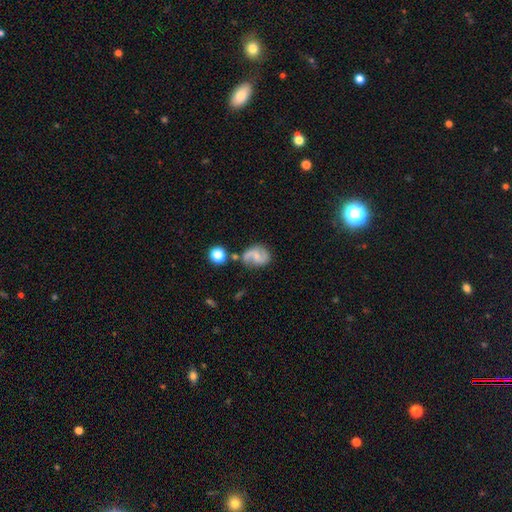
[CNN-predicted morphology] Smooth or featured: featured or disk — 72% (smooth — 20%)
Edge-on disk: no — 98% (yes — 2%)
Bar: weak — 45% (no — 42%)
Spiral arms: yes — 93% (no — 7%)
Spiral winding: loose — 44% (medium — 42%)
Spiral arm count: 2 — 88% (can't tell — 4%)
Bulge size: small — 54% (moderate — 27%)
Merging: none — 65% (minor disturbance — 20%)